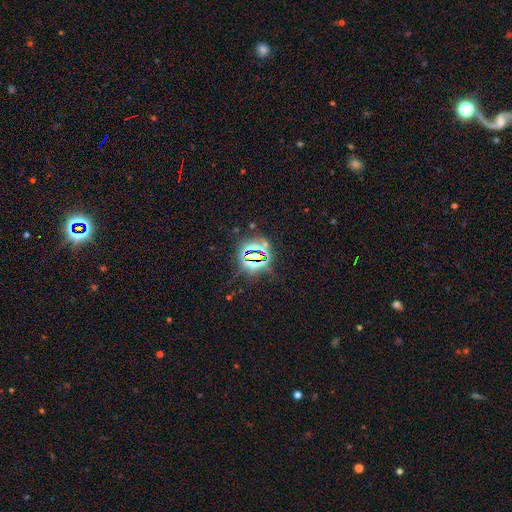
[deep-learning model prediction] Q: Smooth or featured?
A: star or artifact (80%); runner-up: smooth (12%)